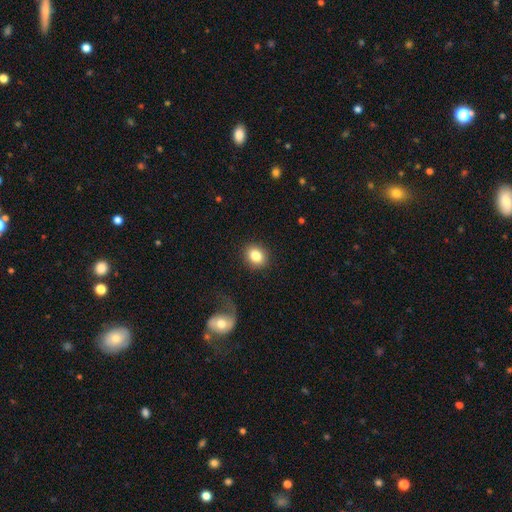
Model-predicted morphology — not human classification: Q: Smooth or featured?
A: smooth (83%); runner-up: star or artifact (9%)
Q: How rounded?
A: round (60%); runner-up: in between (39%)
Q: Merging?
A: none (88%); runner-up: minor disturbance (8%)